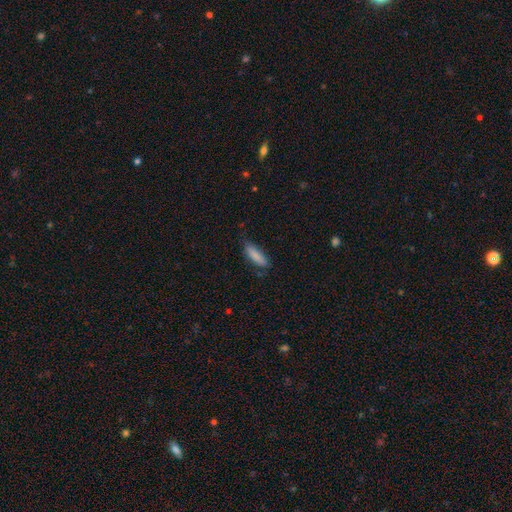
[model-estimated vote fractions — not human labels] smooth 86%, featured or disk 8%, star or artifact 6%. Down the decision tree: how rounded — cigar-shaped (59%); merging — none (75%).